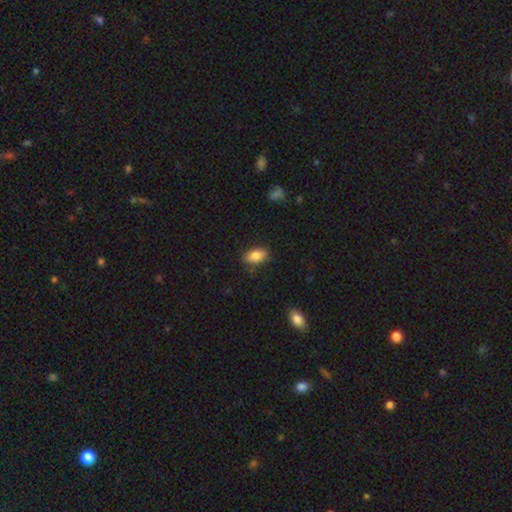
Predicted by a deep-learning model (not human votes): Smooth or featured? Predicted: smooth (p=0.85). How rounded? Predicted: in between (p=0.89). Merging? Predicted: none (p=0.84).